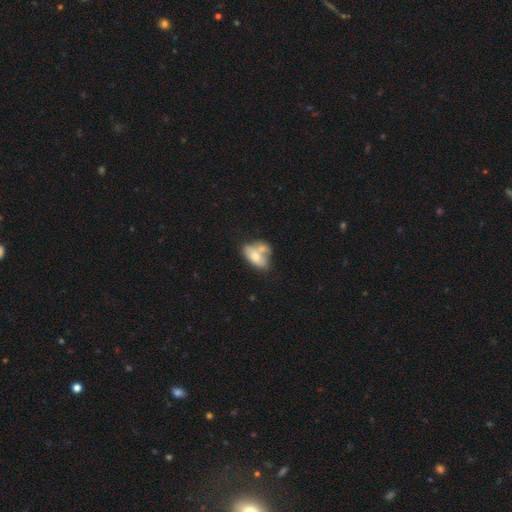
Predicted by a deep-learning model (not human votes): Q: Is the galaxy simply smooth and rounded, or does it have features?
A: smooth — 64%.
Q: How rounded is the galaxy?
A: in between — 86%.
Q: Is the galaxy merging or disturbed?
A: merger — 56%.